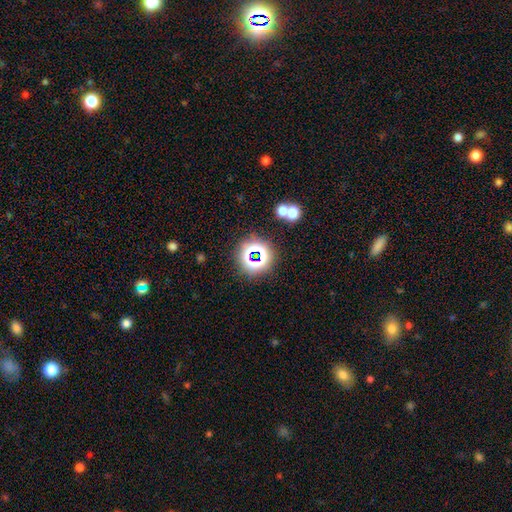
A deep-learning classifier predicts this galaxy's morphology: Smooth or featured? Predicted: star or artifact (p=0.57).